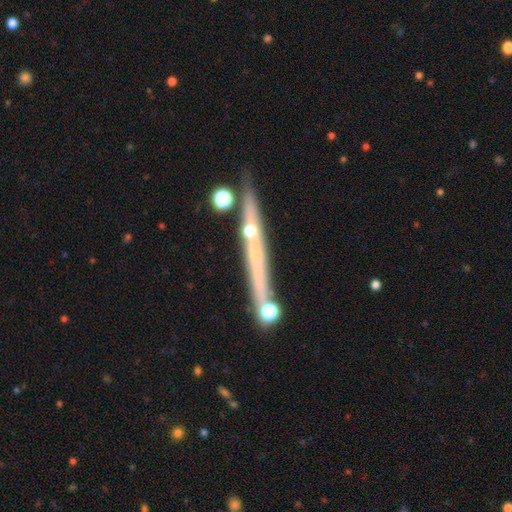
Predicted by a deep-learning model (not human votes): Smooth or featured?
  - featured or disk: 63% *
  - smooth: 26%
  - star or artifact: 10%
Edge-on disk?
  - yes: 94% *
  - no: 6%
Edge-on bulge?
  - none: 68% *
  - rounded: 28%
  - boxy: 4%
Merging?
  - none: 80% *
  - minor disturbance: 11%
  - merger: 6%
  - major disturbance: 3%